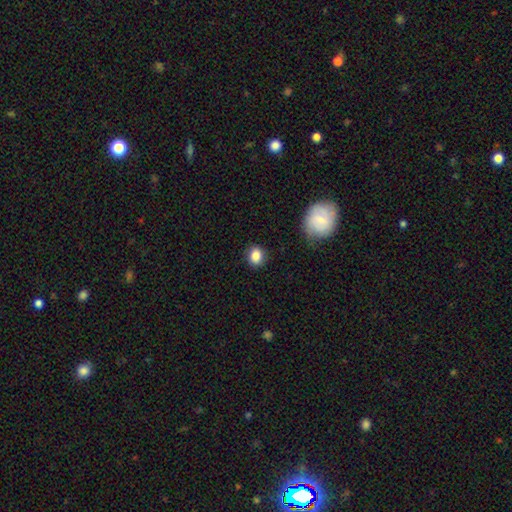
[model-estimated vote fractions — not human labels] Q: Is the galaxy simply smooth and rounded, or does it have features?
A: smooth — 86%.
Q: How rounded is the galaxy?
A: round — 63%.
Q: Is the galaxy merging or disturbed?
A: none — 85%.